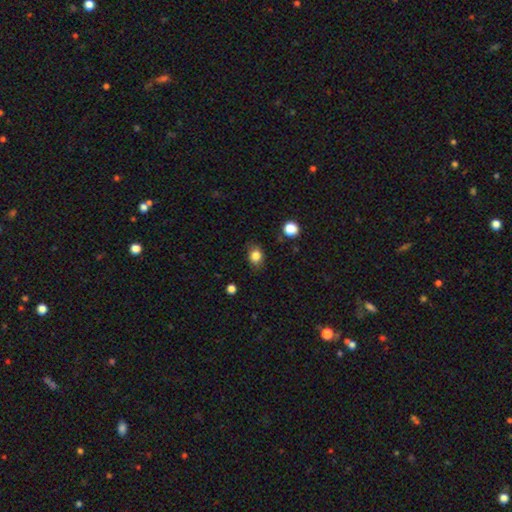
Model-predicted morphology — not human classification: The model was most divided on "how rounded": in between: 50%, round: 49%, cigar-shaped: 1%. More confident: smooth or featured — smooth (83%); merging — none (81%).